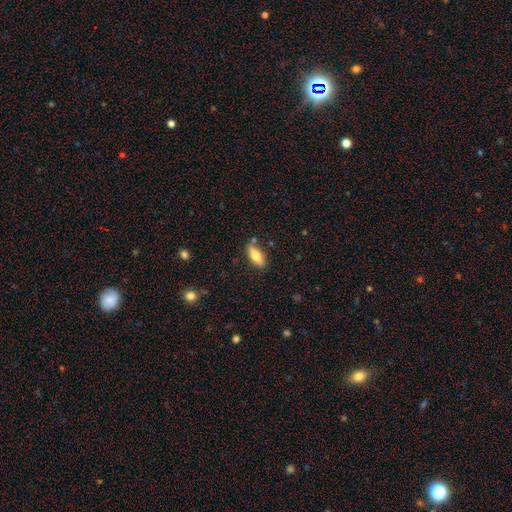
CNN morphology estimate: Smooth or featured: smooth — 74% (featured or disk — 19%)
How rounded: in between — 74% (cigar-shaped — 24%)
Merging: none — 79% (minor disturbance — 14%)